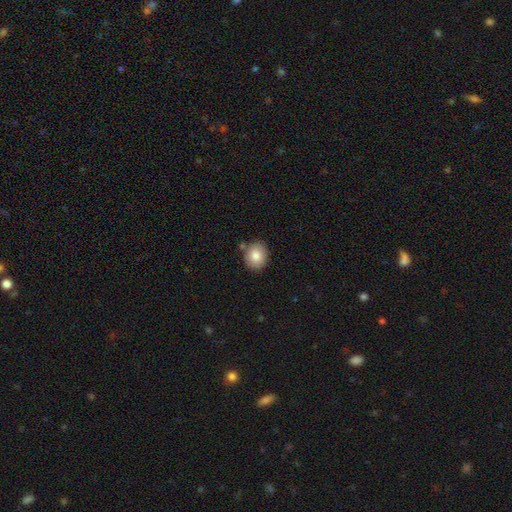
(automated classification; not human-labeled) The model was most divided on "how rounded": round: 57%, in between: 42%, cigar-shaped: 1%. More confident: smooth or featured — smooth (83%); merging — none (80%).